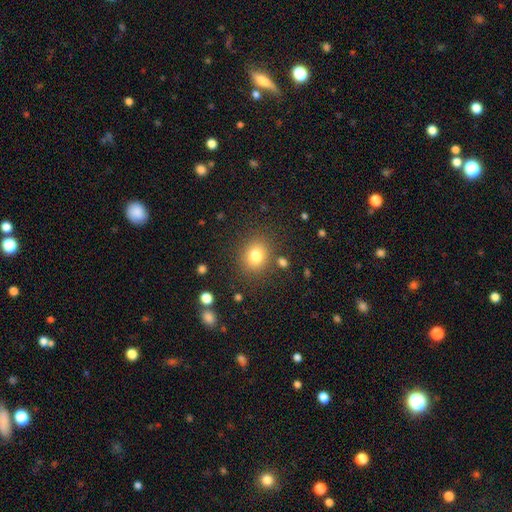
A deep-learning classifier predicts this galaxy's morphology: Overall: smooth (79%). How rounded: round (68%; in between 31%). Merging: none (83%).